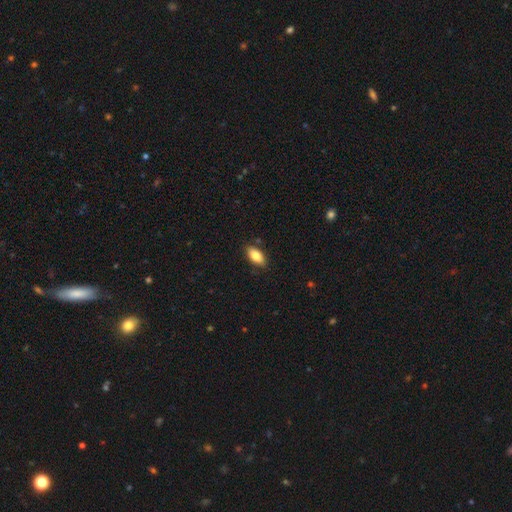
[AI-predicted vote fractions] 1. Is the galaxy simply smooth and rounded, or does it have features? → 81% smooth, 13% featured or disk, 7% star or artifact.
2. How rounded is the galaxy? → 88% in between, 9% cigar-shaped, 3% round.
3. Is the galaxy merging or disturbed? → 86% none, 11% minor disturbance, 2% major disturbance, 2% merger.